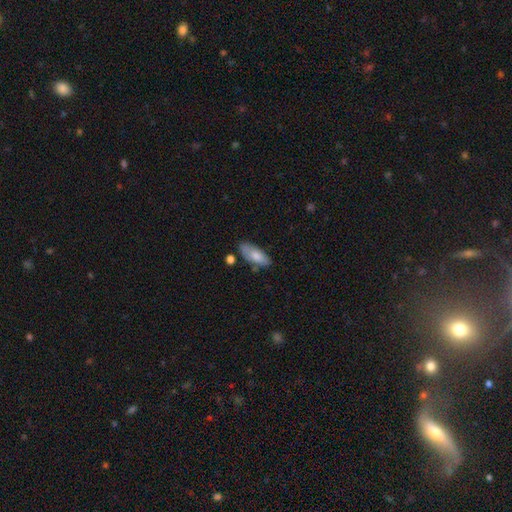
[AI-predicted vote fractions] Smooth or featured: smooth — 77% (featured or disk — 17%)
How rounded: in between — 80% (cigar-shaped — 17%)
Merging: none — 68% (minor disturbance — 21%)